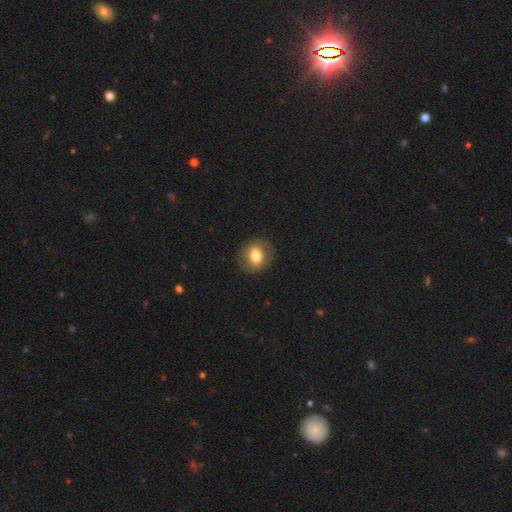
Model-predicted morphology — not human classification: smooth-or-featured: smooth: 70% | featured or disk: 21% | star or artifact: 9%
  how-rounded: round: 61% | in between: 38% | cigar-shaped: 1%
  merging: none: 85% | minor disturbance: 11% | major disturbance: 4% | merger: 1%